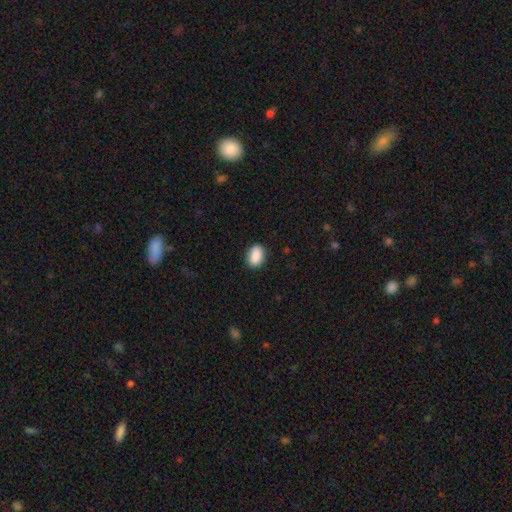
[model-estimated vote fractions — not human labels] Smooth or featured: smooth — 90% (star or artifact — 7%)
How rounded: in between — 86% (round — 12%)
Merging: none — 87% (minor disturbance — 9%)